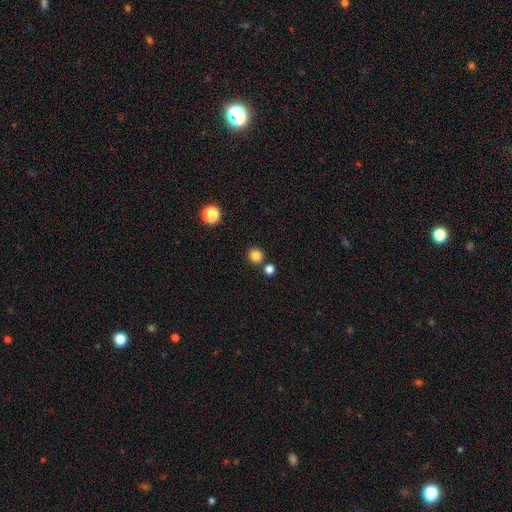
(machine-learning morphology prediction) This is clearly a smooth galaxy (83%). How rounded: clearly round (90%). Merging: likely none (80%).